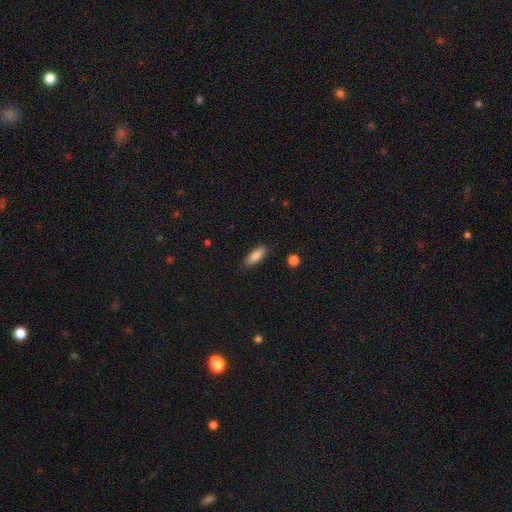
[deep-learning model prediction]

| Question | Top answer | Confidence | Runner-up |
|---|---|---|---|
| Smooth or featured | smooth | 85% | featured or disk (9%) |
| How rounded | in between | 67% | cigar-shaped (31%) |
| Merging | none | 84% | minor disturbance (12%) |